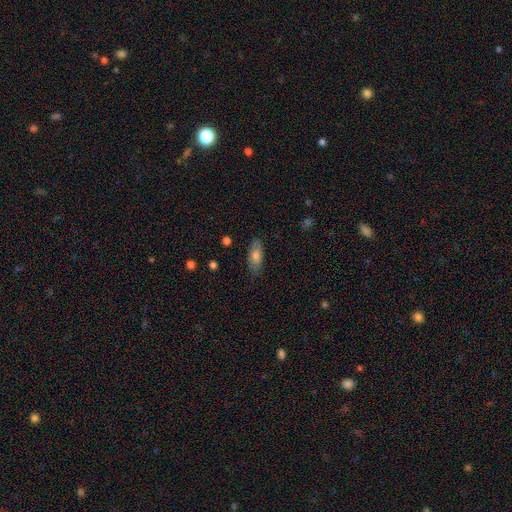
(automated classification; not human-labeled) smooth-or-featured: smooth: 72% | featured or disk: 21% | star or artifact: 7%
  how-rounded: in between: 79% | cigar-shaped: 19% | round: 3%
  merging: none: 80% | minor disturbance: 15% | major disturbance: 3% | merger: 1%